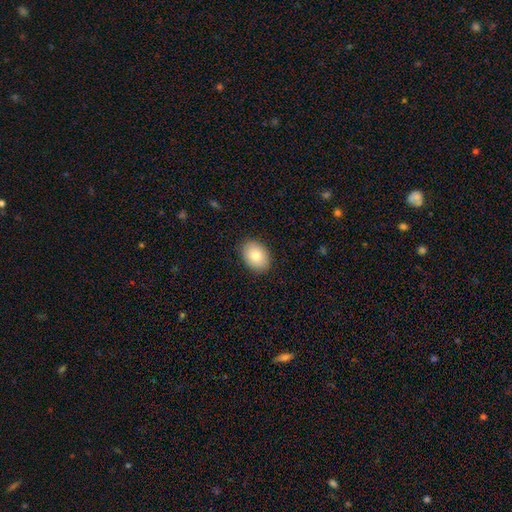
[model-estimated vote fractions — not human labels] smooth 83%, featured or disk 10%, star or artifact 7%. Down the decision tree: how rounded — in between (77%); merging — none (88%).